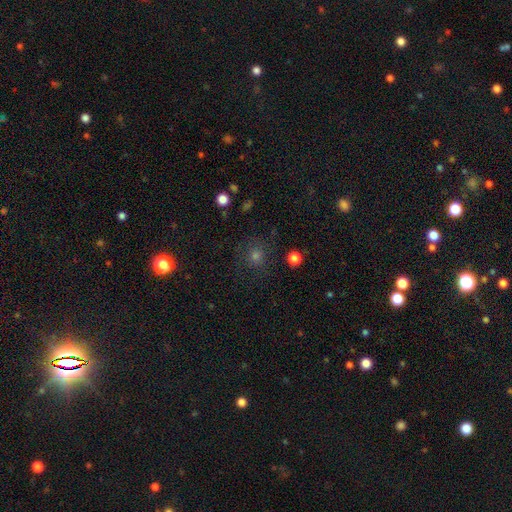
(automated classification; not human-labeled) A smooth galaxy with no disk features (55%) that is round (90%). Merging: none (81%).